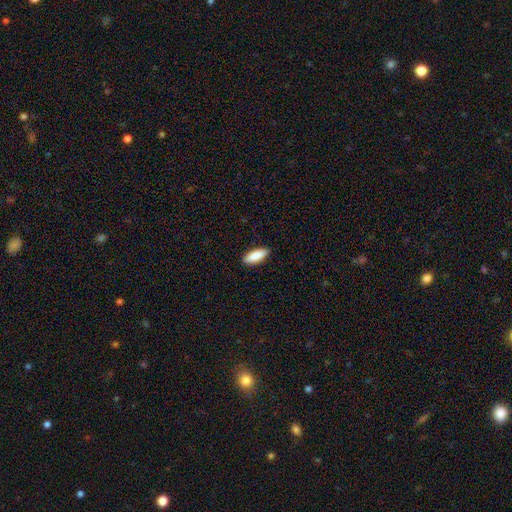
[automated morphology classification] Smooth or featured? Predicted: smooth (p=0.88). How rounded? Predicted: in between (p=0.67). Merging? Predicted: none (p=0.90).